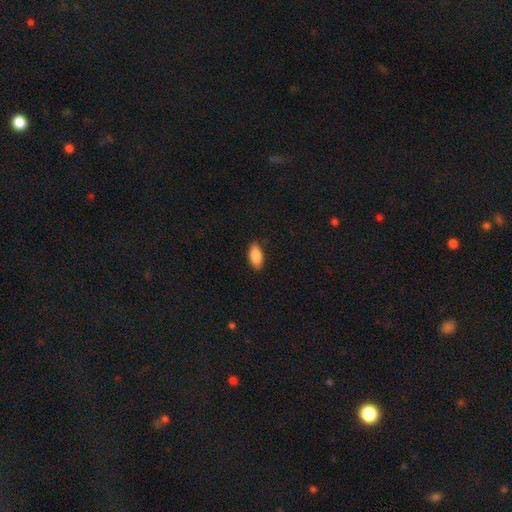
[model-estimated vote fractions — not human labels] Overall: smooth (84%). How rounded: in between (89%). Merging: none (85%).